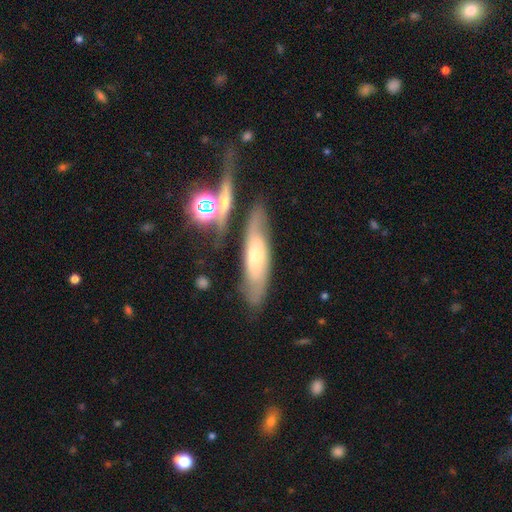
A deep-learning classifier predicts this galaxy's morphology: A featured or disk galaxy (51%). Merging: none (71%).